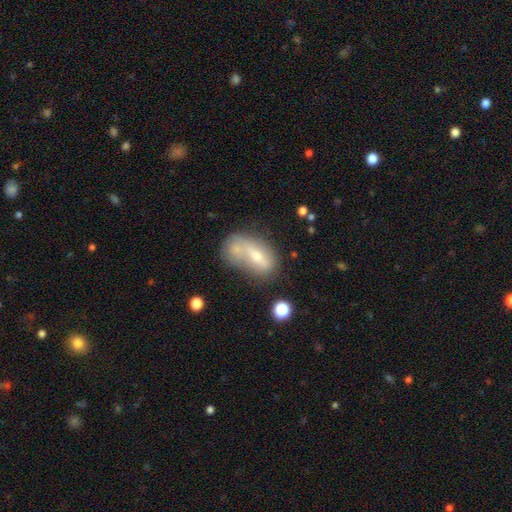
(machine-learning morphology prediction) type=smooth (53%); roundness=in between (80%); merging=merger (42%).